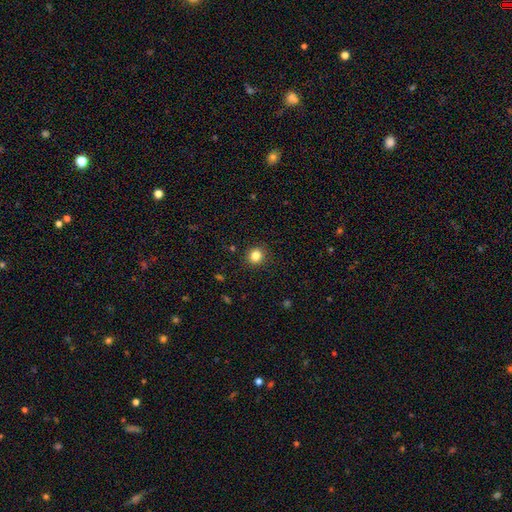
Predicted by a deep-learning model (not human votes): Smooth or featured? Predicted: smooth (p=0.83). How rounded? Predicted: round (p=0.87). Merging? Predicted: none (p=0.90).